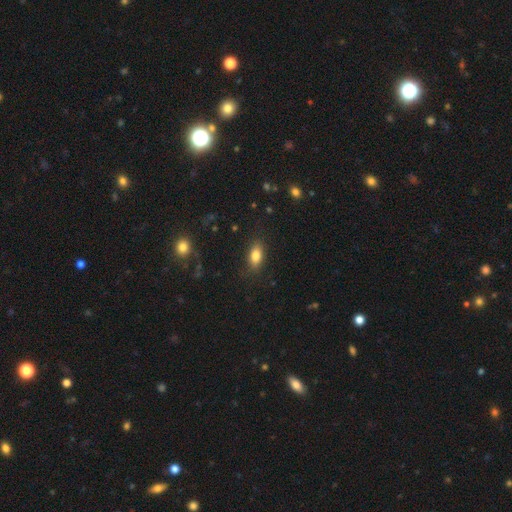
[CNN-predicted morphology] type=smooth (82%); roundness=in between (85%); merging=none (85%).